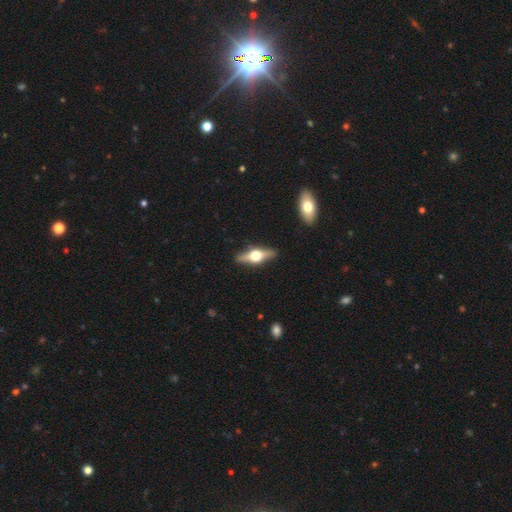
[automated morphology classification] This appears to be a featured or disk galaxy (68%) viewed edge-on (95%) with a rounded central bulge (96%). Merging: none (88%).